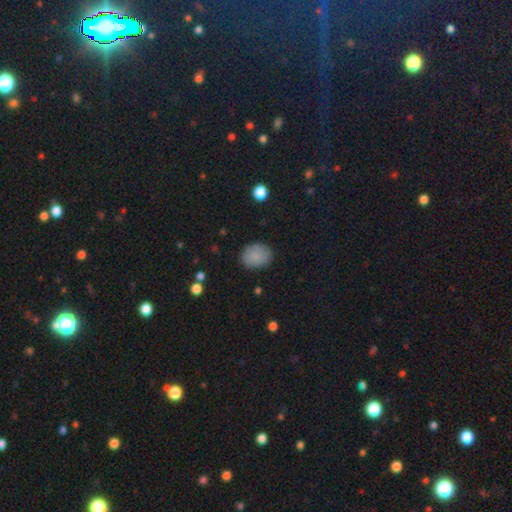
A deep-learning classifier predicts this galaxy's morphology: Overall: smooth (84%). How rounded: round (54%; in between 45%). Merging: none (85%).